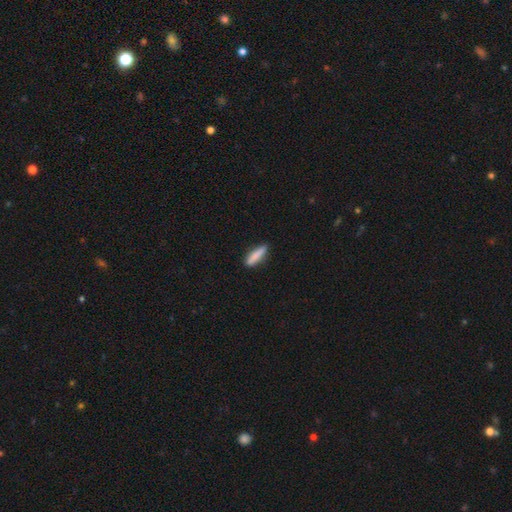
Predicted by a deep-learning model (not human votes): The model was most divided on "how rounded": cigar-shaped: 77%, in between: 21%, round: 2%. More confident: smooth or featured — smooth (84%); merging — none (84%).